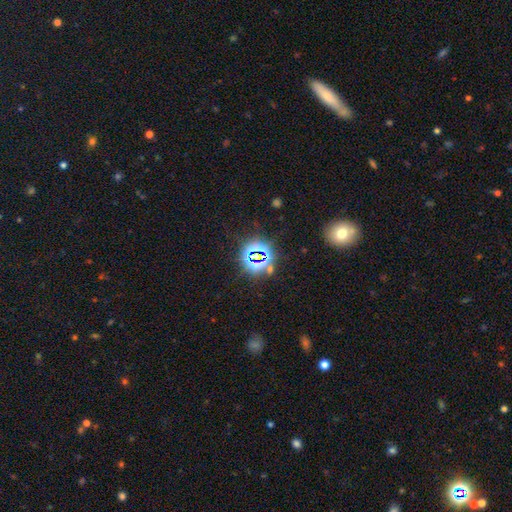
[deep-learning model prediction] A star or artifact, not a galaxy (76%).